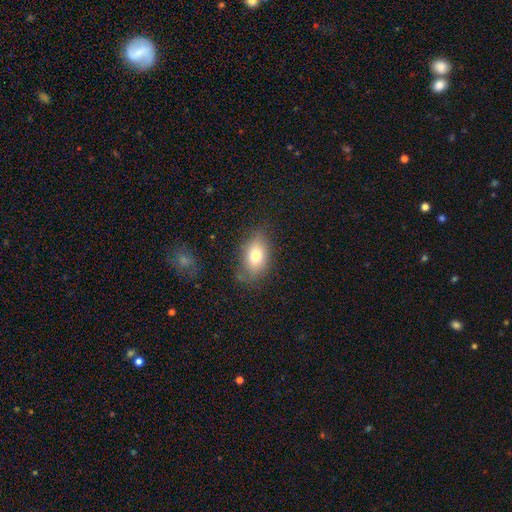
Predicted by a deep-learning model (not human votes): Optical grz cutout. It shows a smooth galaxy with no disk features (74%) that is in between round and cigar-shaped (85%). Merging: none (72%).